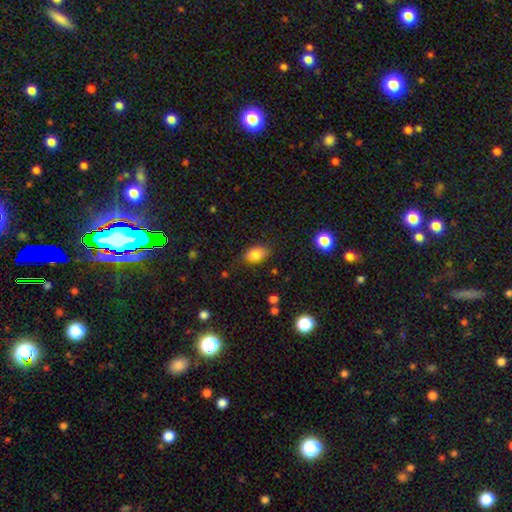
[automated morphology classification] smooth-or-featured: smooth: 84% | star or artifact: 9% | featured or disk: 7%
  how-rounded: in between: 86% | round: 11% | cigar-shaped: 3%
  merging: none: 80% | minor disturbance: 15% | major disturbance: 4% | merger: 2%